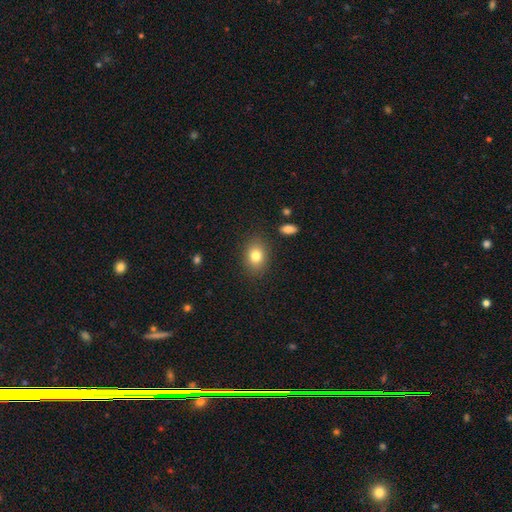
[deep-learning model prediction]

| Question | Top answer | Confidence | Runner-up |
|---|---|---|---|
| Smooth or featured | smooth | 81% | star or artifact (10%) |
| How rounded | in between | 64% | round (34%) |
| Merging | none | 87% | minor disturbance (9%) |